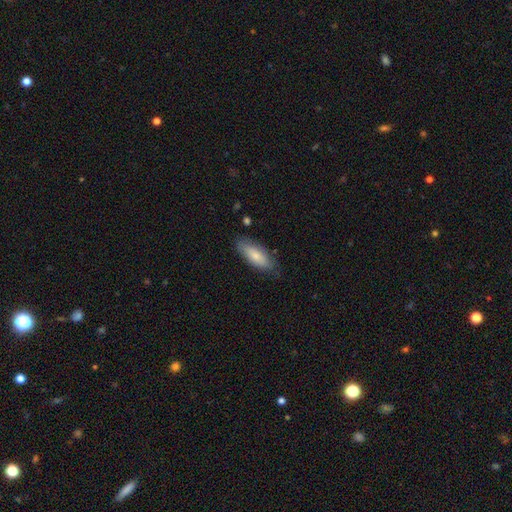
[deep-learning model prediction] smooth-or-featured: smooth: 76% | featured or disk: 18% | star or artifact: 6%
  how-rounded: in between: 73% | cigar-shaped: 26% | round: 2%
  merging: none: 75% | minor disturbance: 20% | major disturbance: 4% | merger: 2%